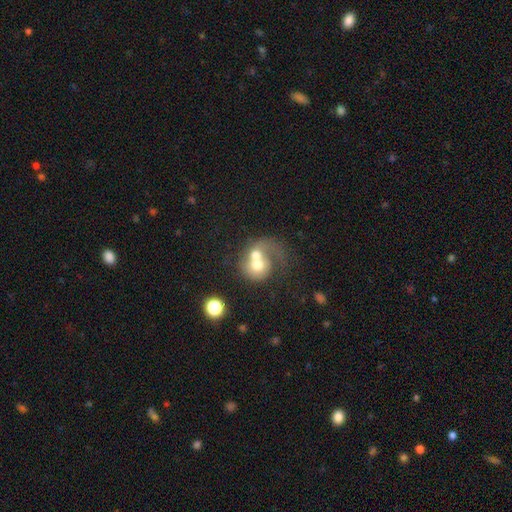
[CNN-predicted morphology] type=featured or disk (49%); merging=merger (70%).